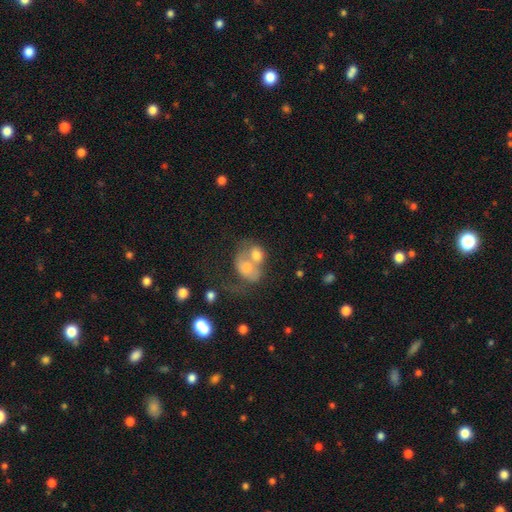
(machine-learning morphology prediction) A featured or disk galaxy (41%). Merging: merger (54%).